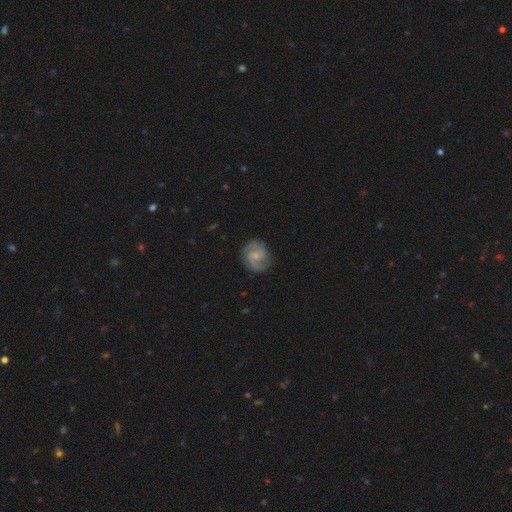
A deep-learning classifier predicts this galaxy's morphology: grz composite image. It shows a featured or disk galaxy (74%) with no bar (47%), 2 (85%) medium (52%) spiral arms (95%) and a small central bulge (56%). Merging: none (82%).